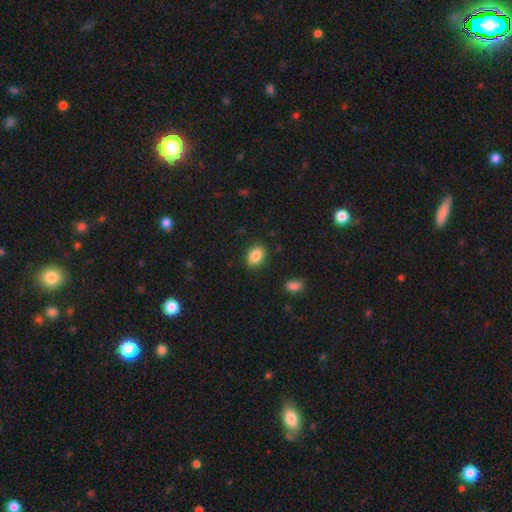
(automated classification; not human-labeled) Smooth or featured: smooth — 87% (star or artifact — 8%)
How rounded: in between — 85% (round — 14%)
Merging: none — 87% (minor disturbance — 9%)